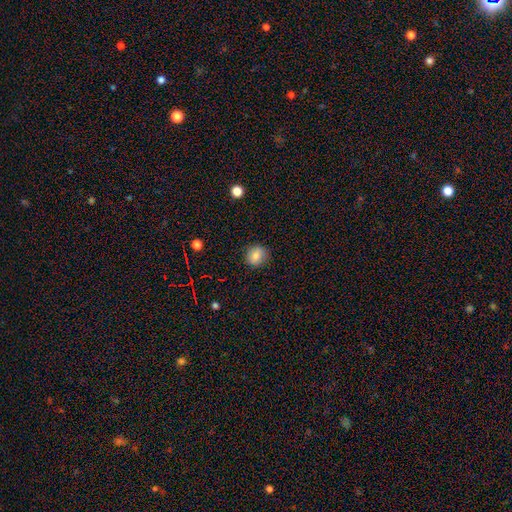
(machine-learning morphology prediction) Smooth or featured: smooth — 82% (star or artifact — 10%)
How rounded: round — 82% (in between — 17%)
Merging: none — 87% (minor disturbance — 10%)